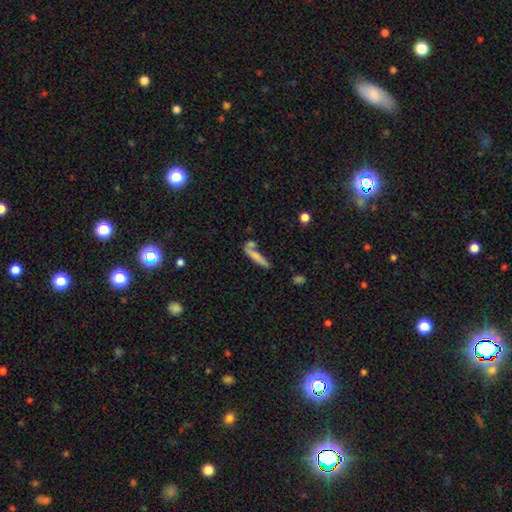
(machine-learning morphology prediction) A smooth galaxy with no disk features (71%) that is cigar-shaped (84%). Merging: none (52%).